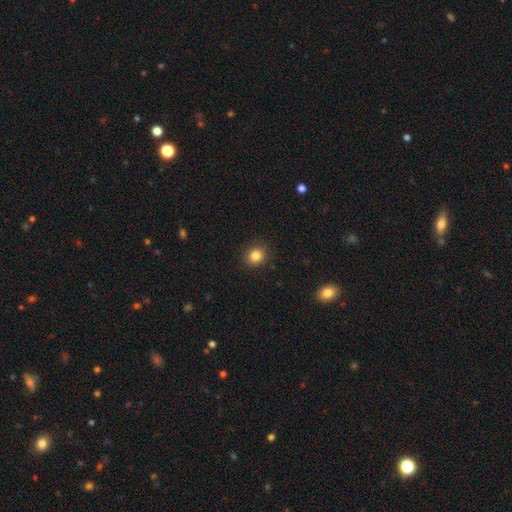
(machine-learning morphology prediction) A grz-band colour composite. It shows a smooth galaxy with no disk features (84%) that is round (81%). Merging: none (90%).